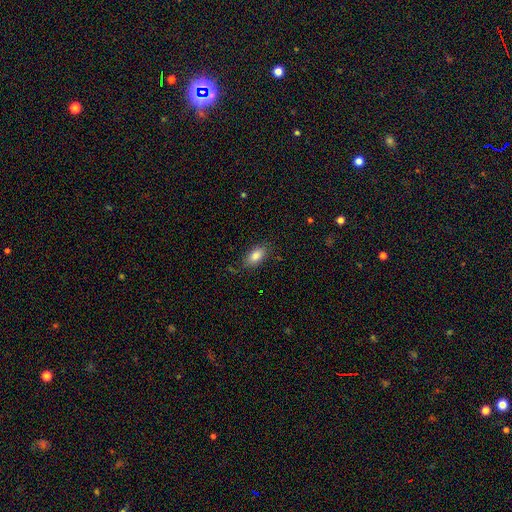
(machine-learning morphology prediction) Q: Smooth or featured?
A: smooth (84%); runner-up: featured or disk (8%)
Q: How rounded?
A: in between (90%); runner-up: cigar-shaped (6%)
Q: Merging?
A: none (81%); runner-up: minor disturbance (14%)